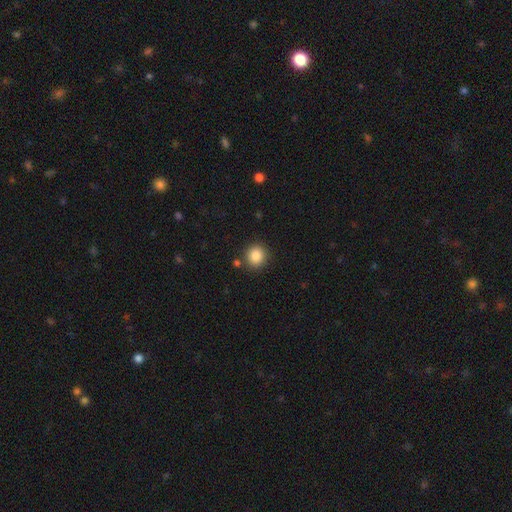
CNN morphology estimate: smooth 87%, star or artifact 9%, featured or disk 4%. Down the decision tree: how rounded — round (88%); merging — none (86%).